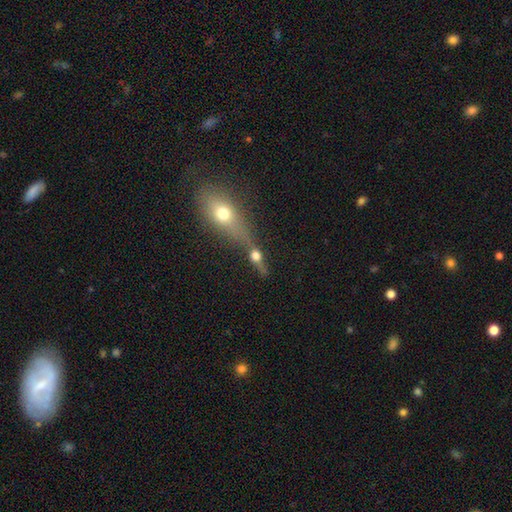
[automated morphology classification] Smooth or featured? smooth (49%)
Merging? none (41%)